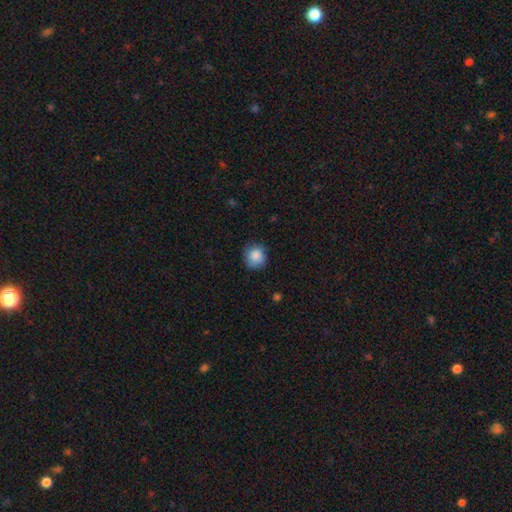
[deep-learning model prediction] Smooth or featured? Predicted: smooth (p=0.87). How rounded? Predicted: round (p=0.90). Merging? Predicted: none (p=0.79).